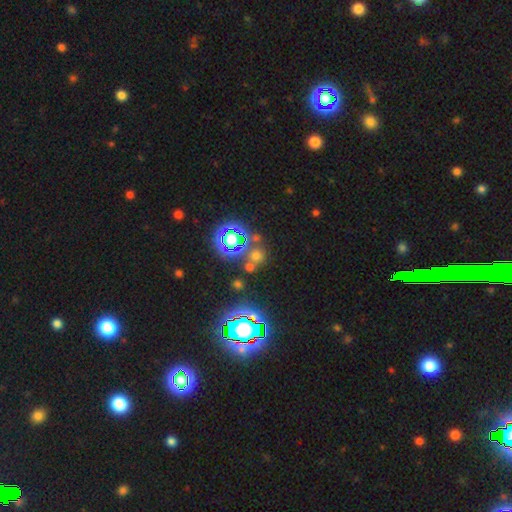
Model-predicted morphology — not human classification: Overall: star or artifact (47%; smooth 45%).